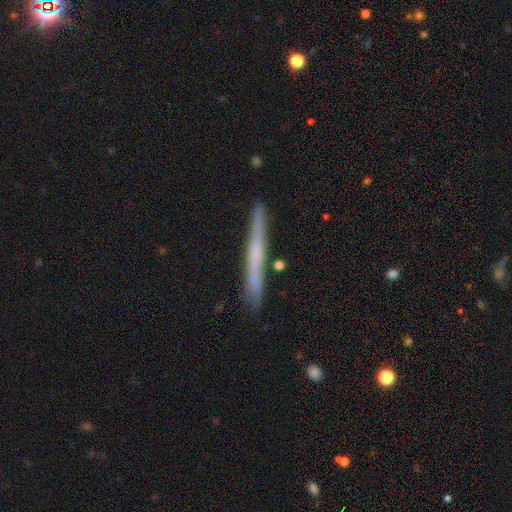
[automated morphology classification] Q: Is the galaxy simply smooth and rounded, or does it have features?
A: featured or disk — 50%.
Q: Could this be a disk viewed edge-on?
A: yes — 96%.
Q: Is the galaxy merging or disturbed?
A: none — 88%.